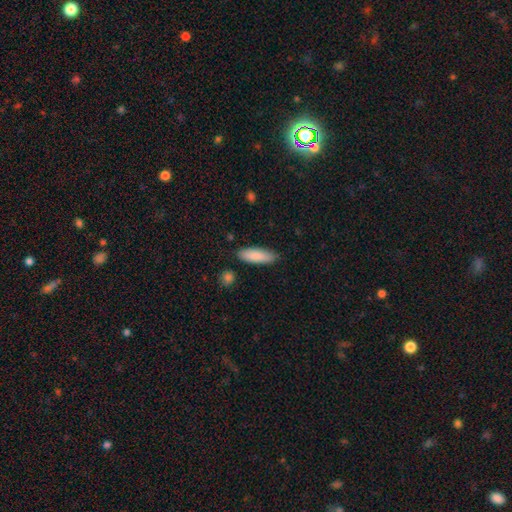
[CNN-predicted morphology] This is clearly a smooth galaxy (87%). How rounded: possibly in between (60%). Merging: clearly none (84%).